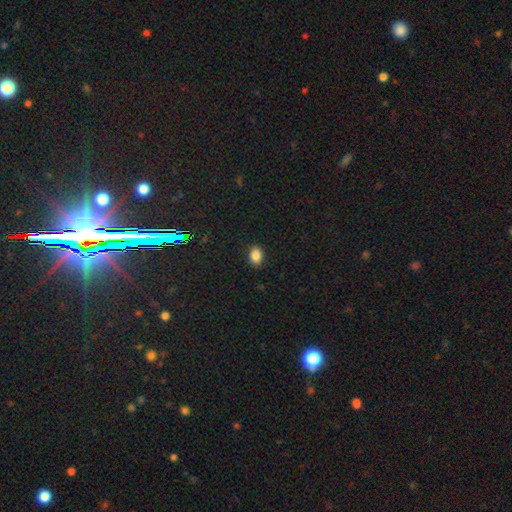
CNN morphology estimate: Overall: smooth (86%). How rounded: in between (73%). Merging: none (89%).